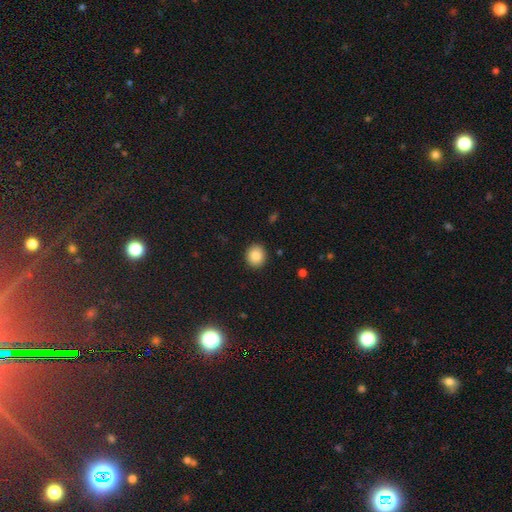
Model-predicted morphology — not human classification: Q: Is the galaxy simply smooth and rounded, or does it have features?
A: smooth — 87%.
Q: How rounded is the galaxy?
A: round — 71%.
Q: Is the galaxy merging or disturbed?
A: none — 90%.